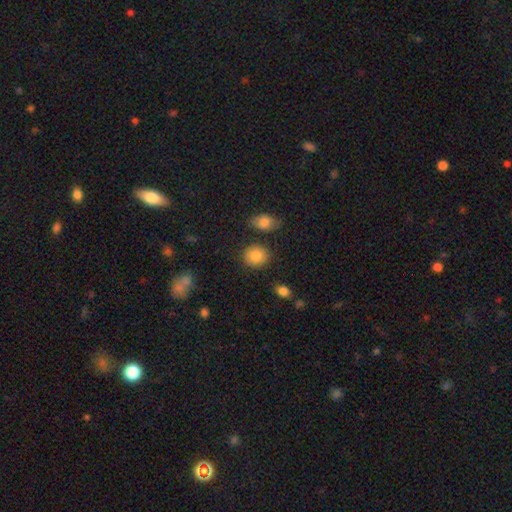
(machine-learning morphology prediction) type=smooth (86%); roundness=round (73%); merging=none (84%).